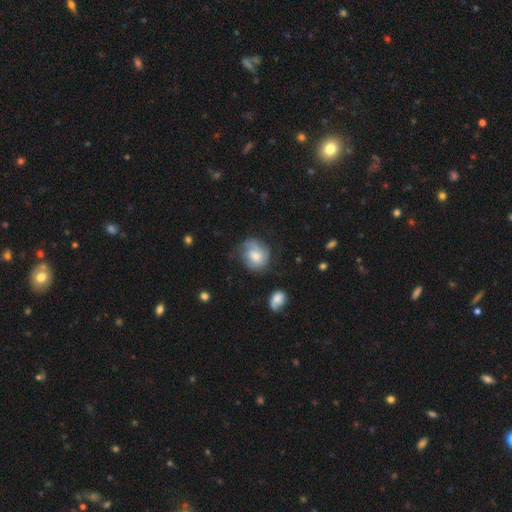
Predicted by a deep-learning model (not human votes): This is possibly a featured or disk galaxy (53%). It is clearly not viewed edge-on (97%). Bar: likely no (68%). Spiral arm pattern: clearly yes (84%). Central bulge: possibly moderate (54%). Merging: possibly none (56%).